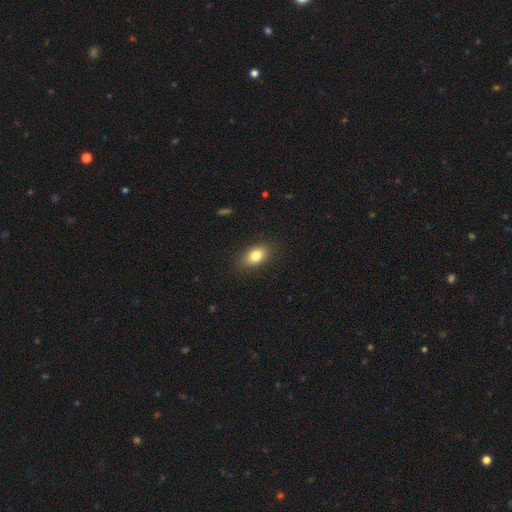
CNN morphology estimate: The model was most divided on "smooth or featured": smooth: 82%, featured or disk: 10%, star or artifact: 8%. More confident: how rounded — in between (87%); merging — none (86%).